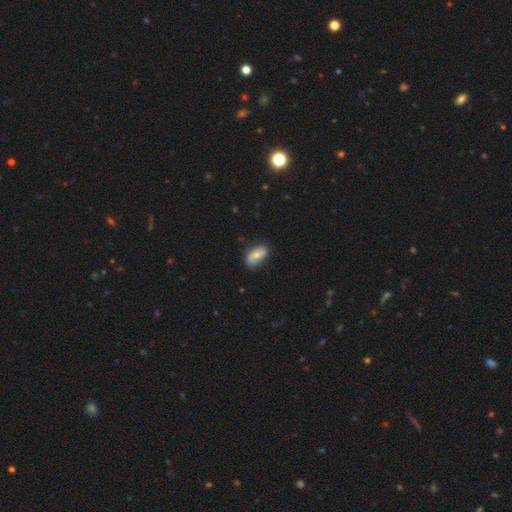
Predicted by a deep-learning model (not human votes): Q: Smooth or featured?
A: smooth (70%); runner-up: featured or disk (23%)
Q: How rounded?
A: in between (90%); runner-up: cigar-shaped (6%)
Q: Merging?
A: none (72%); runner-up: minor disturbance (22%)